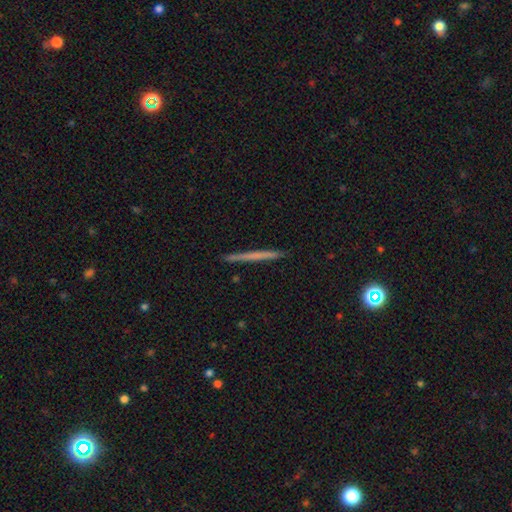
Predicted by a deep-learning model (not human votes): Smooth or featured? smooth (50%)
How rounded? cigar-shaped (97%)
Merging? none (92%)